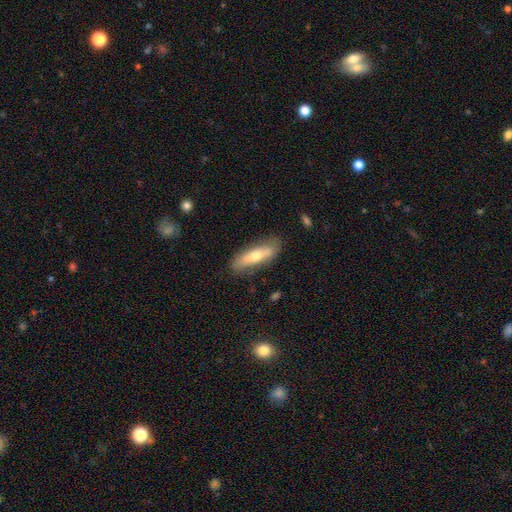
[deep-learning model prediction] A smooth galaxy with no disk features (52%) that is cigar-shaped (60%).

Vote fractions:
- Smooth or featured? smooth: 52% / featured or disk: 41% / star or artifact: 6%
- How rounded? cigar-shaped: 60% / in between: 37% / round: 2%
- Merging? none: 80% / minor disturbance: 15% / major disturbance: 3% / merger: 2%